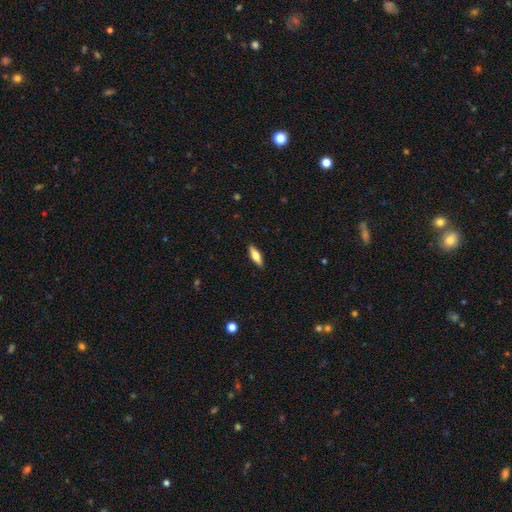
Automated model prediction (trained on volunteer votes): Q: Smooth or featured?
A: smooth (62%); runner-up: featured or disk (32%)
Q: How rounded?
A: in between (49%); runner-up: cigar-shaped (48%)
Q: Merging?
A: none (90%); runner-up: minor disturbance (7%)